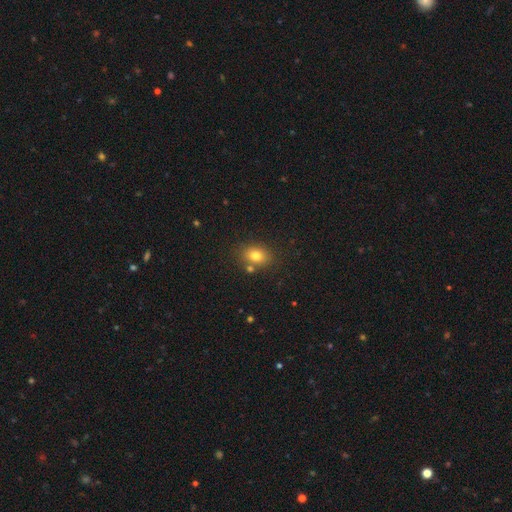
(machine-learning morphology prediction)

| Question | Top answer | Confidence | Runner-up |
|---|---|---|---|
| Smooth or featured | smooth | 78% | star or artifact (12%) |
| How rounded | in between | 60% | round (39%) |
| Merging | none | 75% | minor disturbance (11%) |